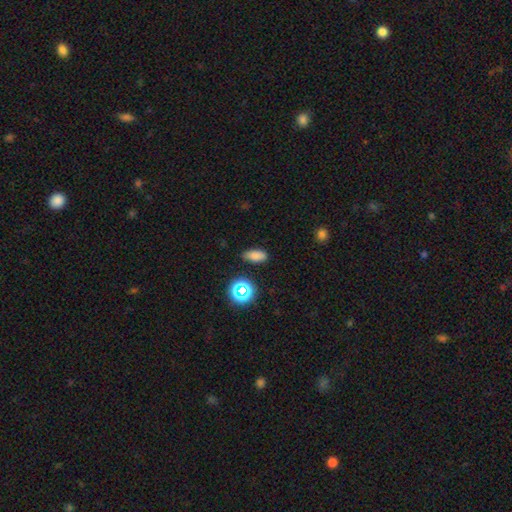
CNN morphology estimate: Smooth or featured?
  - smooth: 78% *
  - star or artifact: 16%
  - featured or disk: 6%
How rounded?
  - in between: 85% *
  - cigar-shaped: 8%
  - round: 7%
Merging?
  - none: 79% *
  - minor disturbance: 15%
  - major disturbance: 3%
  - merger: 2%